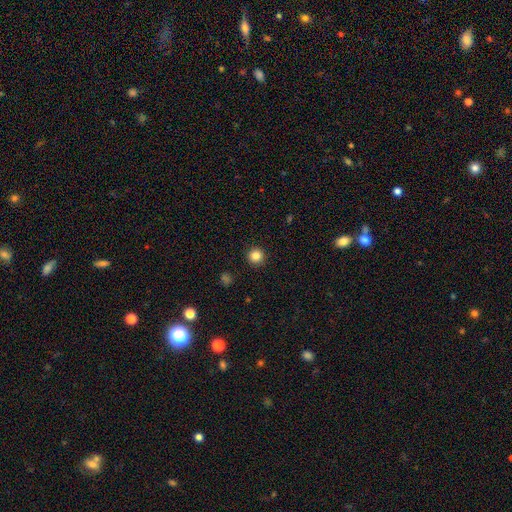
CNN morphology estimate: Smooth or featured?
  - smooth: 84% *
  - star or artifact: 11%
  - featured or disk: 4%
How rounded?
  - round: 96% *
  - in between: 3%
  - cigar-shaped: 1%
Merging?
  - none: 93% *
  - minor disturbance: 4%
  - major disturbance: 2%
  - merger: 1%